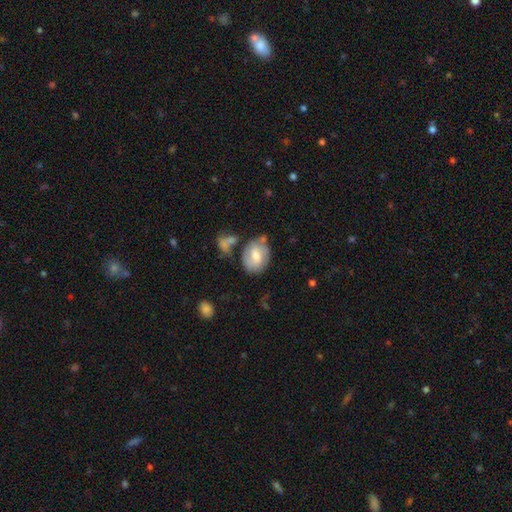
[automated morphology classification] Overall: smooth (54%; featured or disk 39%). How rounded: in between (62%; round 37%). Merging: none (50%; minor disturbance 22%).